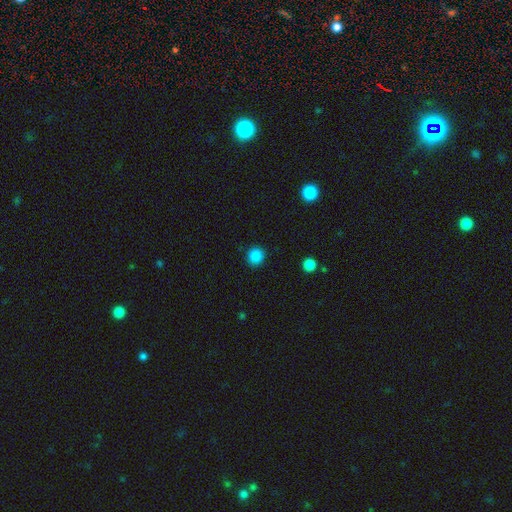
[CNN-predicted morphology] smooth_or_featured: smooth (p=0.86) [alt: star or artifact p=0.11]
how_rounded: round (p=0.91) [alt: in between p=0.08]
merging: none (p=0.91) [alt: minor disturbance p=0.06]